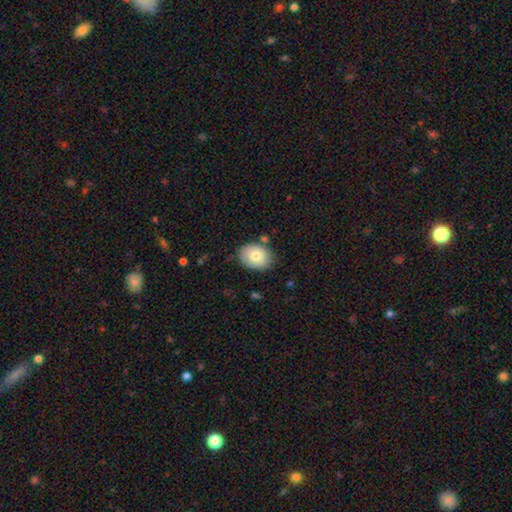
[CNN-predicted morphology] Smooth or featured? smooth (76%)
How rounded? in between (63%)
Merging? none (79%)